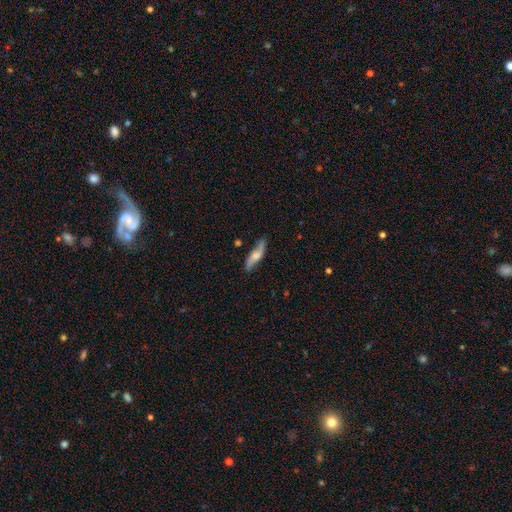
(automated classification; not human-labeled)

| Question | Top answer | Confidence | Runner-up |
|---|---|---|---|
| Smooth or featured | featured or disk | 53% | smooth (41%) |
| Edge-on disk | no | 59% | yes (41%) |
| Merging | none | 77% | minor disturbance (17%) |